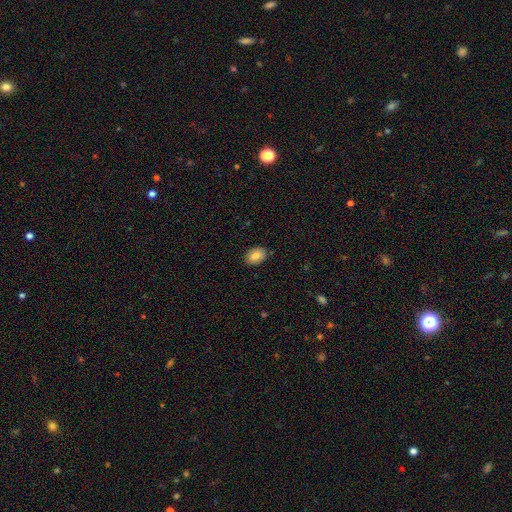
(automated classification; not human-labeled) Q: Smooth or featured?
A: smooth (83%); runner-up: featured or disk (9%)
Q: How rounded?
A: in between (80%); runner-up: round (18%)
Q: Merging?
A: none (86%); runner-up: minor disturbance (11%)